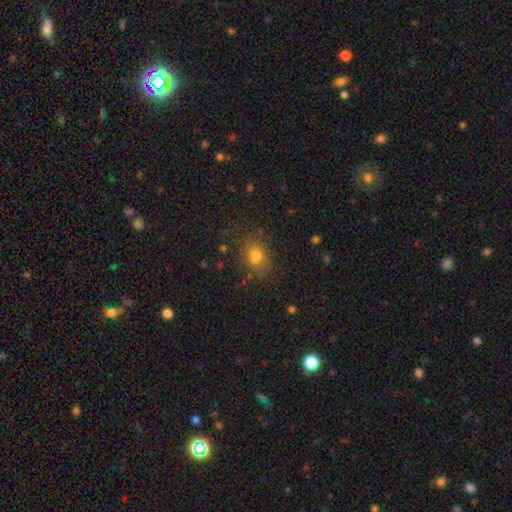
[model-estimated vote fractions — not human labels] Smooth or featured? smooth (74%)
How rounded? round (52%)
Merging? none (75%)